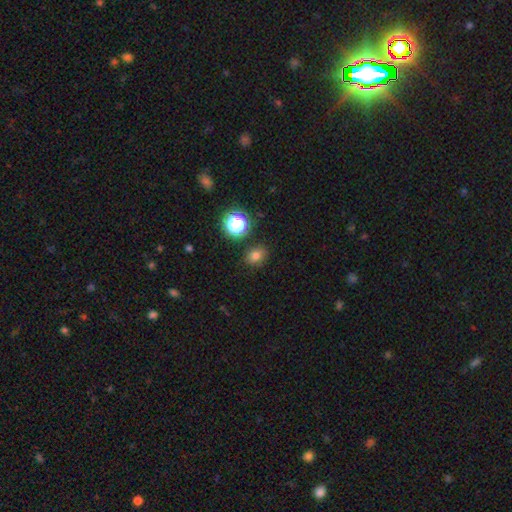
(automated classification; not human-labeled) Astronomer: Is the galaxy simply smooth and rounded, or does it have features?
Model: smooth — 74%.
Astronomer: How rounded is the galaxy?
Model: round — 53% (runner-up: in between, 46%).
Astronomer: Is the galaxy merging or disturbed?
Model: none — 83%.